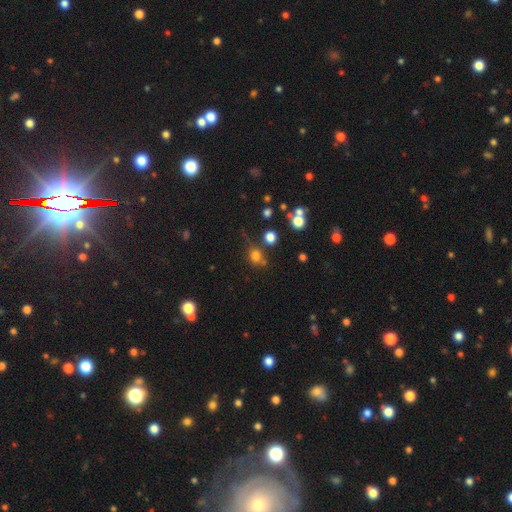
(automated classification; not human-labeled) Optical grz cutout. It shows a smooth galaxy with no disk features (74%) that is round (75%). Merging: none (61%).